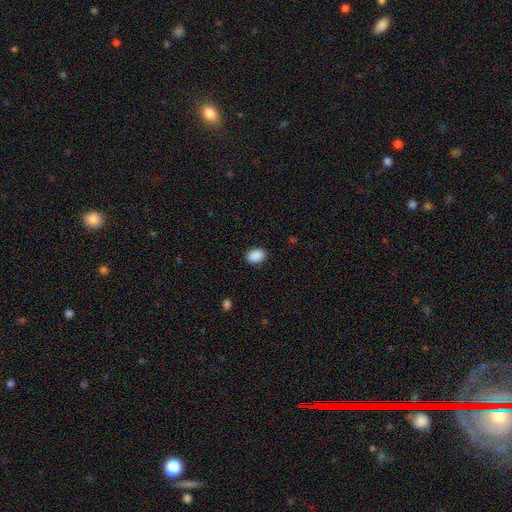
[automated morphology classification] Q: Smooth or featured?
A: smooth (90%); runner-up: star or artifact (7%)
Q: How rounded?
A: in between (79%); runner-up: round (20%)
Q: Merging?
A: none (89%); runner-up: minor disturbance (7%)